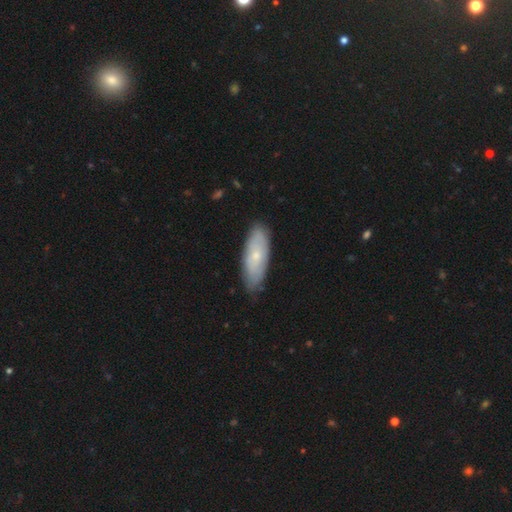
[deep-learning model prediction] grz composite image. It shows a smooth galaxy with no disk features (58%) that is in between round and cigar-shaped (71%). Merging: none (80%).